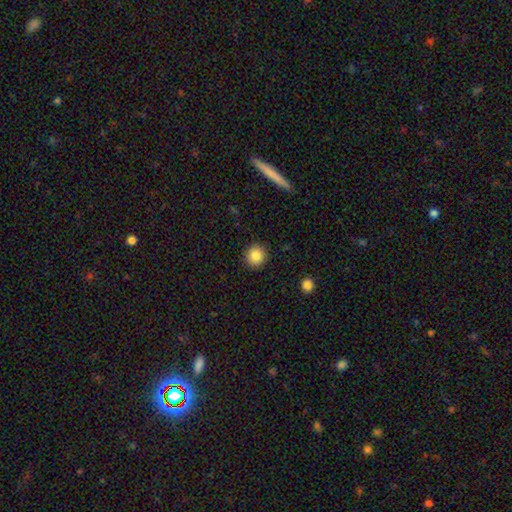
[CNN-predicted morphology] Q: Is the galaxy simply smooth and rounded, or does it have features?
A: smooth — 86%.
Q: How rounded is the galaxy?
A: round — 91%.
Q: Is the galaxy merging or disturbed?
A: none — 91%.